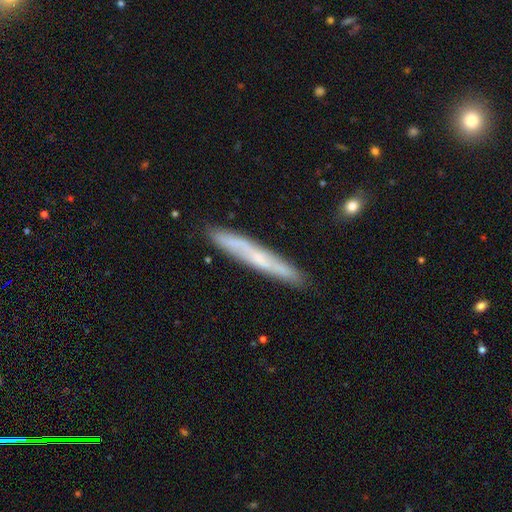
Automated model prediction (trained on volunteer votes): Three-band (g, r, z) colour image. It shows a featured or disk galaxy (54%) viewed edge-on (82%). Merging: none (86%).